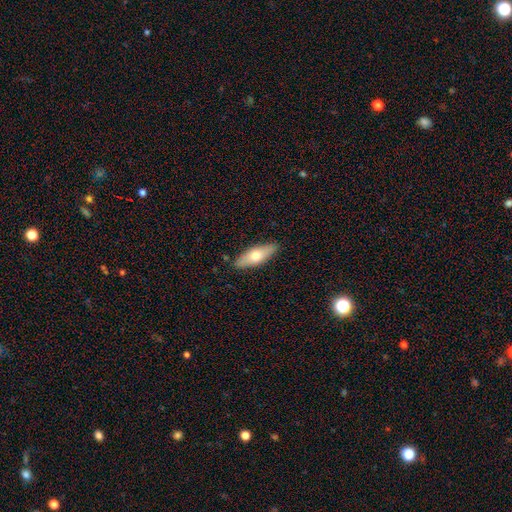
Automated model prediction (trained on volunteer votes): This appears to be a smooth galaxy with no disk features (63%) that is in between round and cigar-shaped (62%). Merging: none (87%).